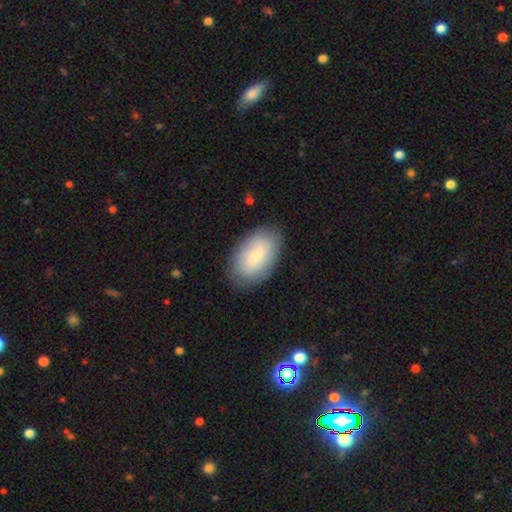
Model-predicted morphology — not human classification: smooth 73%, featured or disk 20%, star or artifact 7%. Down the decision tree: how rounded — in between (93%); merging — none (83%).